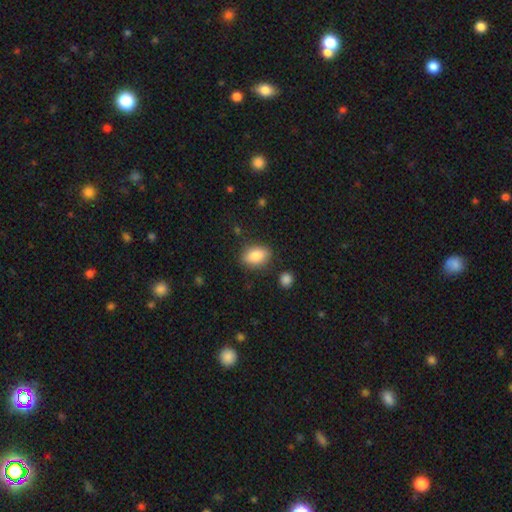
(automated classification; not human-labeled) Overall: smooth (86%). How rounded: in between (86%). Merging: none (82%).